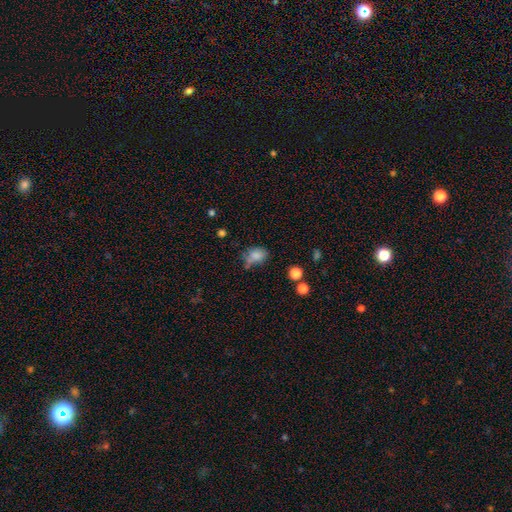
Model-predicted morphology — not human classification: A smooth galaxy with no disk features (79%) that is in between round and cigar-shaped (62%).

Vote fractions:
- Smooth or featured? smooth: 79% / star or artifact: 12% / featured or disk: 10%
- How rounded? in between: 62% / round: 36% / cigar-shaped: 1%
- Merging? none: 47% / minor disturbance: 28% / merger: 14% / major disturbance: 11%